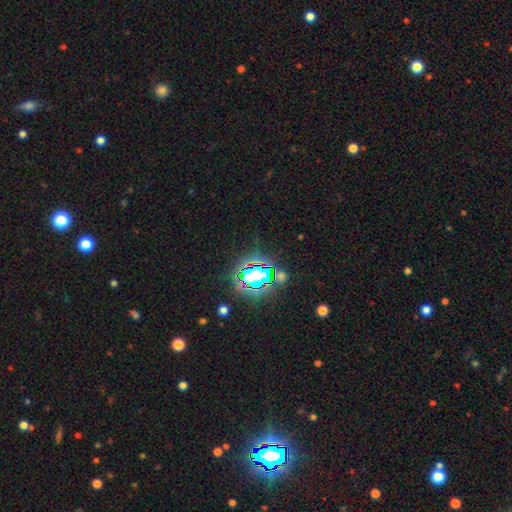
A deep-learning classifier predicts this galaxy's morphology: A star or artifact, not a galaxy (77%).